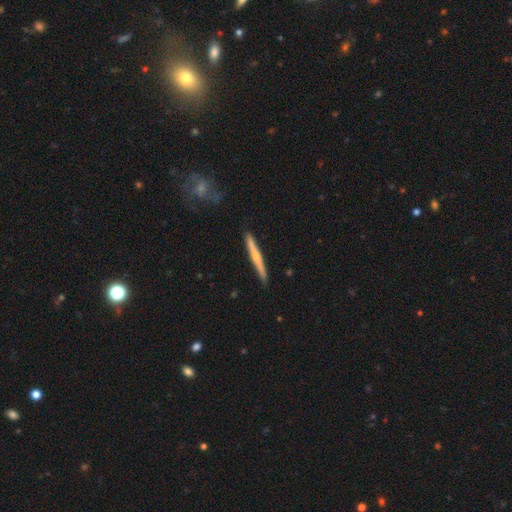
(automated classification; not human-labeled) Smooth or featured?
  - featured or disk: 55% *
  - smooth: 40%
  - star or artifact: 5%
Edge-on disk?
  - yes: 97% *
  - no: 3%
Edge-on bulge?
  - rounded: 62% *
  - none: 33%
  - boxy: 5%
Merging?
  - none: 89% *
  - minor disturbance: 8%
  - merger: 1%
  - major disturbance: 1%